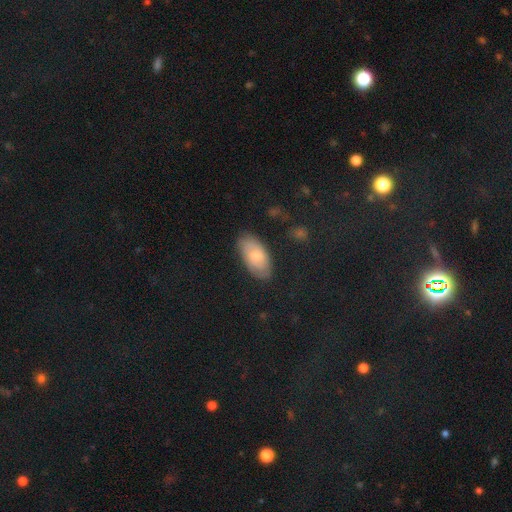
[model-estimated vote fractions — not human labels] smooth 62%, featured or disk 30%, star or artifact 8%. Down the decision tree: how rounded — in between (94%); merging — none (79%).